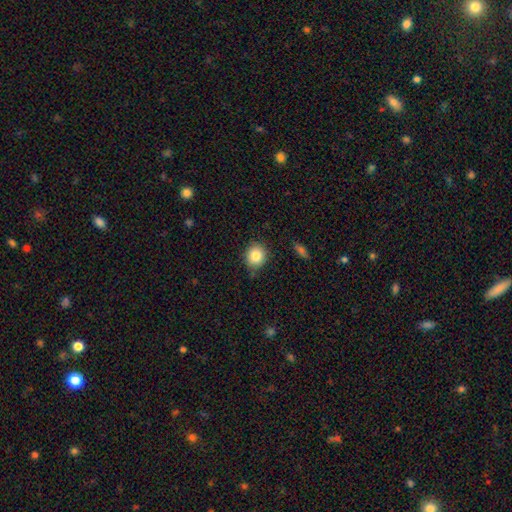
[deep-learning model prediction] Smooth or featured? smooth (84%)
How rounded? round (83%)
Merging? none (79%)